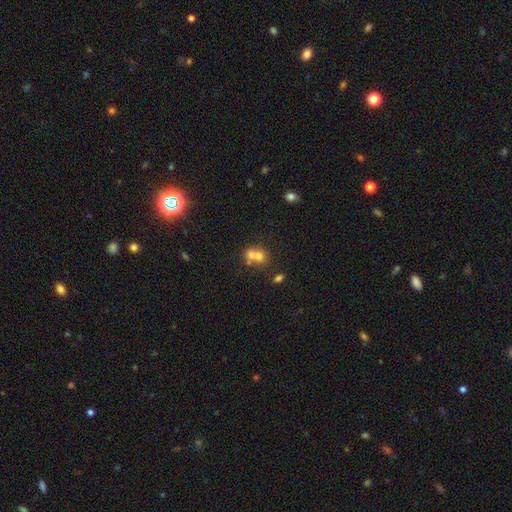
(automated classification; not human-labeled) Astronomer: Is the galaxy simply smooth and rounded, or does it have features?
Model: smooth — 66%.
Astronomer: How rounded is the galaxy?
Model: round — 70%.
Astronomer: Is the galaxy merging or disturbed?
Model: merger — 64%.